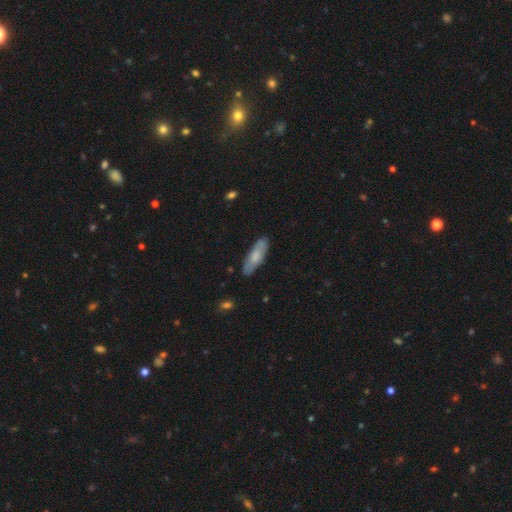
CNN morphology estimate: smooth-or-featured: smooth: 62% | featured or disk: 32% | star or artifact: 6%
  how-rounded: cigar-shaped: 51% | in between: 47% | round: 2%
  merging: none: 84% | minor disturbance: 13% | major disturbance: 2% | merger: 1%